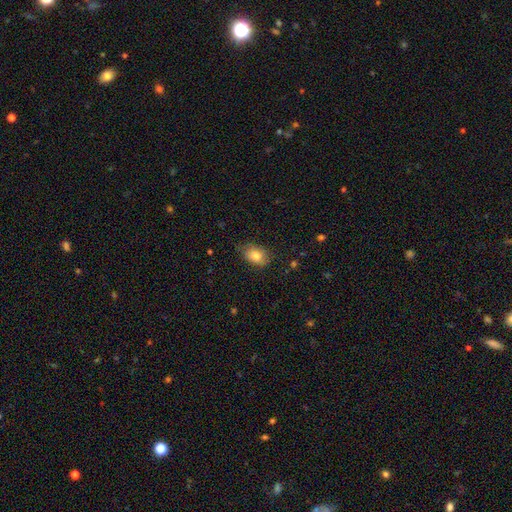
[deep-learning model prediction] A smooth galaxy with no disk features (78%) that is in between round and cigar-shaped (83%).

Vote fractions:
- Smooth or featured? smooth: 78% / featured or disk: 14% / star or artifact: 8%
- How rounded? in between: 83% / round: 16% / cigar-shaped: 1%
- Merging? none: 73% / minor disturbance: 22% / major disturbance: 4% / merger: 1%